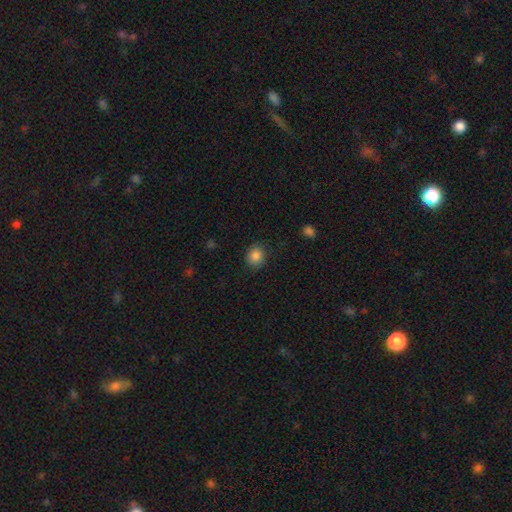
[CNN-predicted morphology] Smooth or featured?
  - smooth: 86% *
  - star or artifact: 10%
  - featured or disk: 4%
How rounded?
  - round: 74% *
  - in between: 25%
  - cigar-shaped: 1%
Merging?
  - none: 85% *
  - minor disturbance: 11%
  - major disturbance: 3%
  - merger: 1%